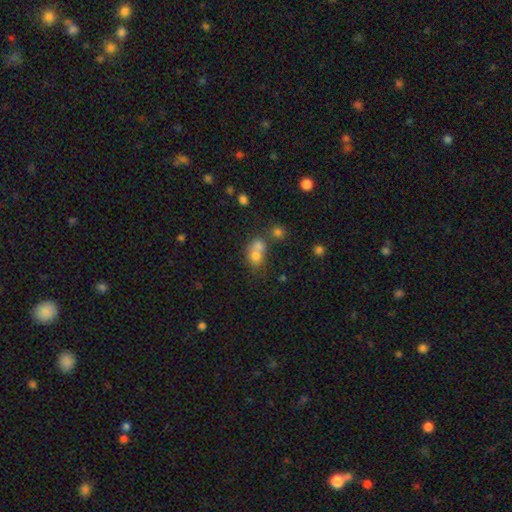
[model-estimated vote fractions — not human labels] Overall: smooth (71%). How rounded: round (58%; in between 41%). Merging: merger (62%; none 26%).